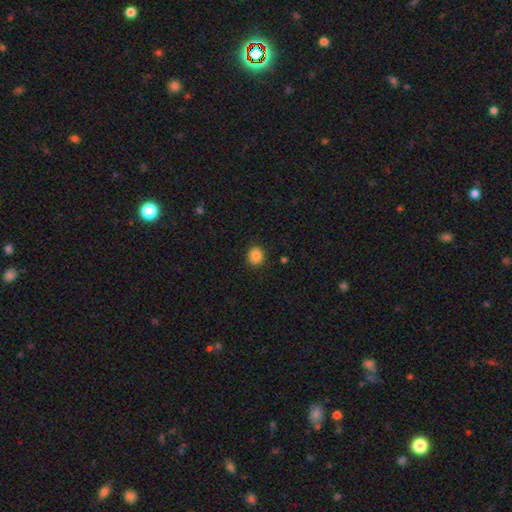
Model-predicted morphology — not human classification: smooth 86%, star or artifact 10%, featured or disk 4%. Down the decision tree: how rounded — round (89%); merging — none (90%).